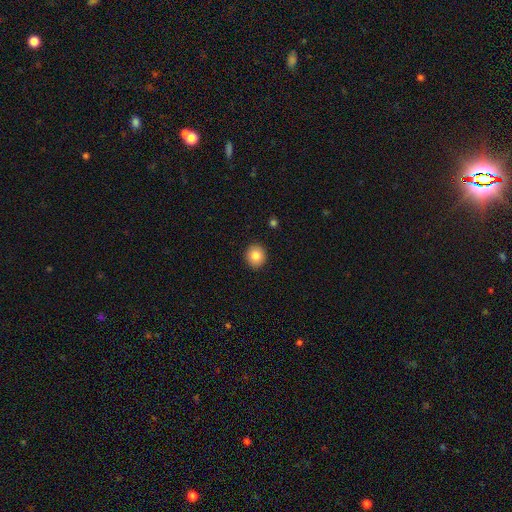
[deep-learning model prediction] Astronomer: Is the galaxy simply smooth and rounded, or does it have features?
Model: smooth — 82%.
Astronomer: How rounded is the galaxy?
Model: round — 88%.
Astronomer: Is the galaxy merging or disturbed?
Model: none — 92%.